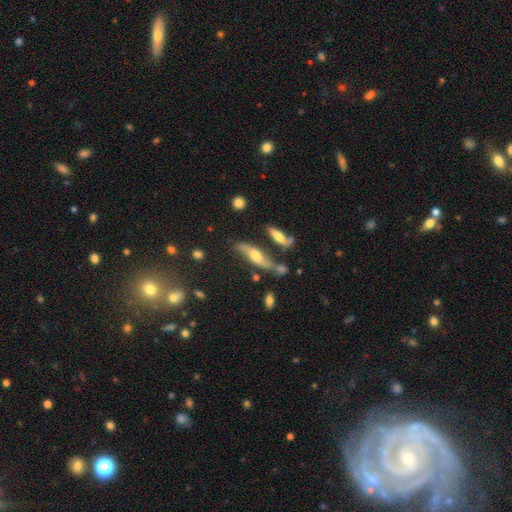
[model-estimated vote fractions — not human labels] This appears to be a featured or disk galaxy (62%) viewed edge-on (50%, tied with no). Merging: none (57%).